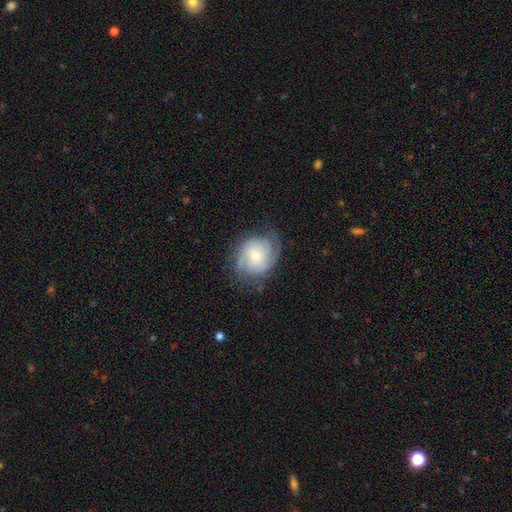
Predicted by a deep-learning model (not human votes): This appears to be a featured or disk galaxy (67%) with no bar (71%), 2 (36%) tight (51%) spiral arms (90%) and a small central bulge (54%). Merging: none (66%).